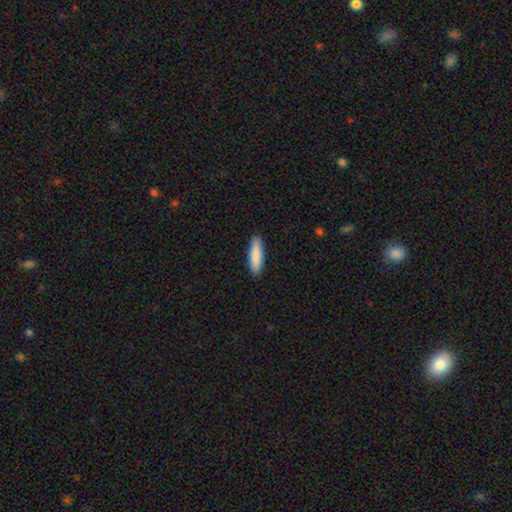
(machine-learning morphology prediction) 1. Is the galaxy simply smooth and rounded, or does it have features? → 87% smooth, 8% featured or disk, 5% star or artifact.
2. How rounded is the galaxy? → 74% cigar-shaped, 25% in between, 1% round.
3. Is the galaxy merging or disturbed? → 90% none, 7% minor disturbance, 2% major disturbance, 1% merger.